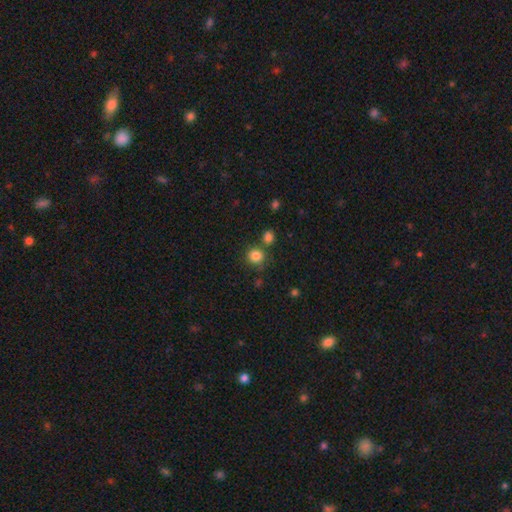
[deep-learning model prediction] Smooth or featured: smooth — 84% (star or artifact — 11%)
How rounded: round — 88% (in between — 11%)
Merging: none — 72% (merger — 15%)